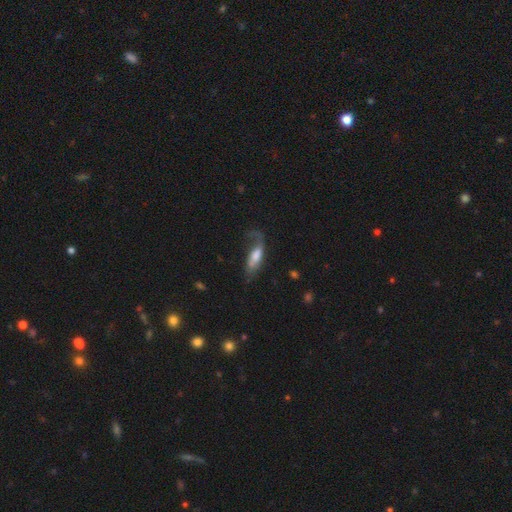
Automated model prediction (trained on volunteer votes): This is possibly a smooth galaxy (51%). How rounded: likely in between (61%). Merging: marginally major disturbance (40%).